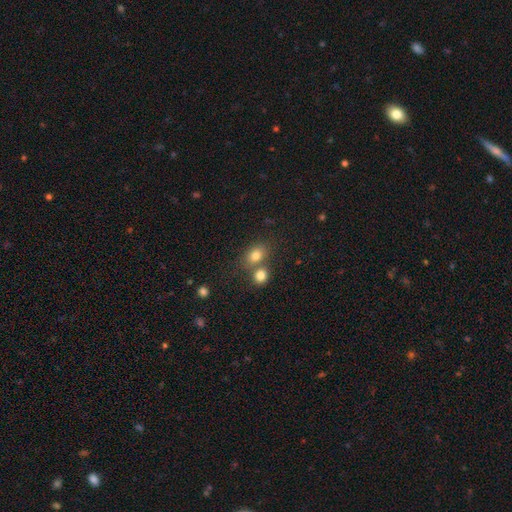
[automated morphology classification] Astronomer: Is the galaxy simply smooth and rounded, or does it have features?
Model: smooth — 79%.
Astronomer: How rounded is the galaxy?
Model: in between — 59% (runner-up: round, 39%).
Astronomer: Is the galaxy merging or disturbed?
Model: none — 49% (runner-up: merger, 39%).